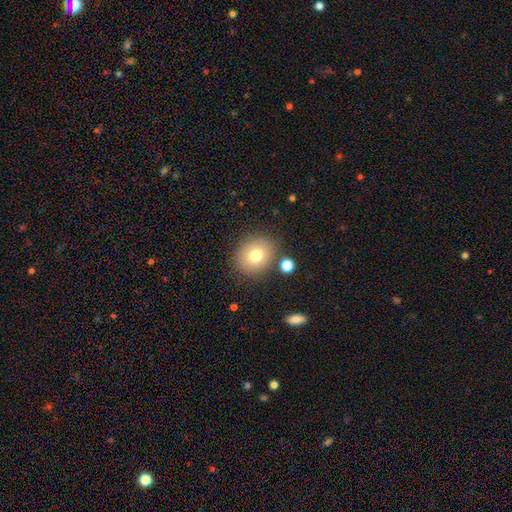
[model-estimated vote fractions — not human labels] smooth-or-featured: smooth: 76% | featured or disk: 13% | star or artifact: 11%
  how-rounded: round: 64% | in between: 35% | cigar-shaped: 1%
  merging: none: 80% | minor disturbance: 11% | merger: 5% | major disturbance: 4%